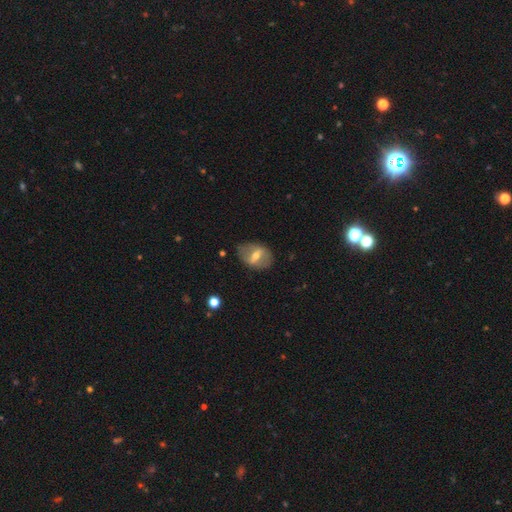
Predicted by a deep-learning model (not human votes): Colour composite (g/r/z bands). It shows a featured or disk galaxy (58%) with a strong bar (57%), no spiral arms (73%) and a moderate central bulge (63%). Merging: none (78%).